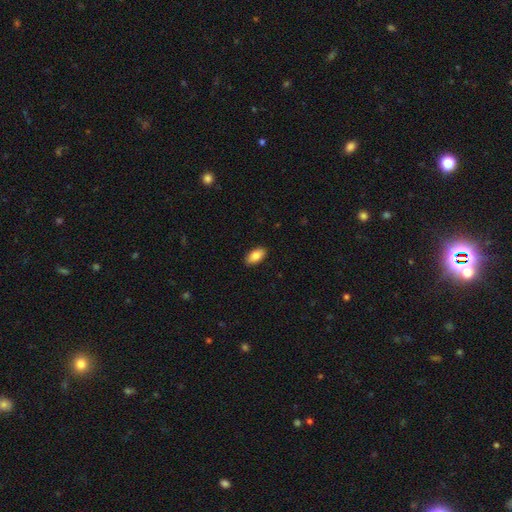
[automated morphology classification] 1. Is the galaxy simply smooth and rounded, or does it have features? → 85% smooth, 8% featured or disk, 6% star or artifact.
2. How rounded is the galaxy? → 93% in between, 4% cigar-shaped, 3% round.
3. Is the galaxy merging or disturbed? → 89% none, 8% minor disturbance, 2% major disturbance, 1% merger.